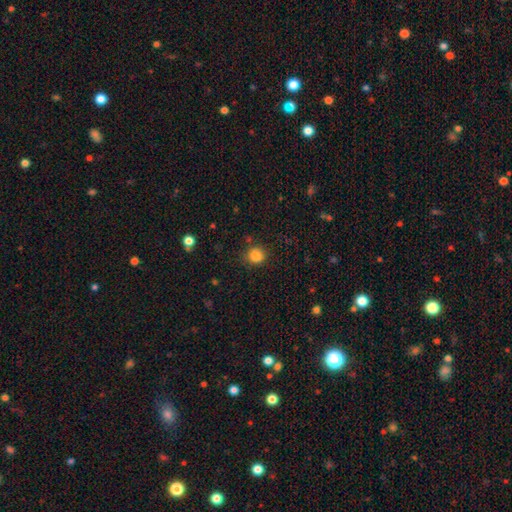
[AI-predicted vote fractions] Morphology: type=smooth (84%); roundness=round (69%); merging=none (78%).